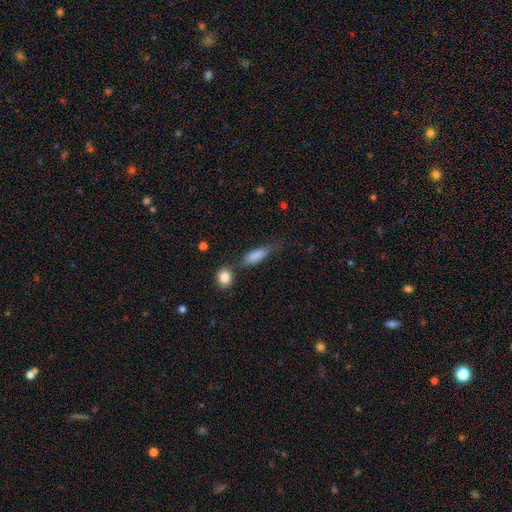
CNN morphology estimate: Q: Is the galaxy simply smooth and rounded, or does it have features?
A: smooth — 80%.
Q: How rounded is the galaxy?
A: in between — 55%.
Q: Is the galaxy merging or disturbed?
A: none — 48%.